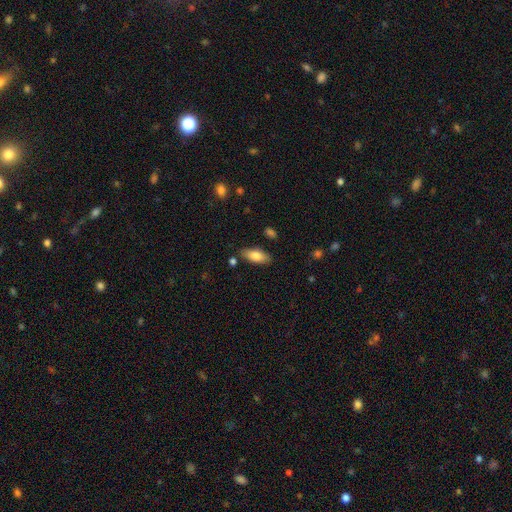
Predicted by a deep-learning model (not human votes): This appears to be a smooth galaxy with no disk features (80%) that is in between round and cigar-shaped (81%). Merging: none (82%).